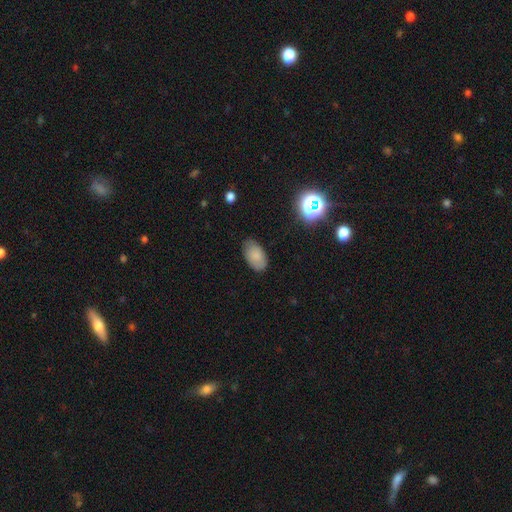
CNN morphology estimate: Overall: smooth (82%). How rounded: in between (94%). Merging: none (80%).